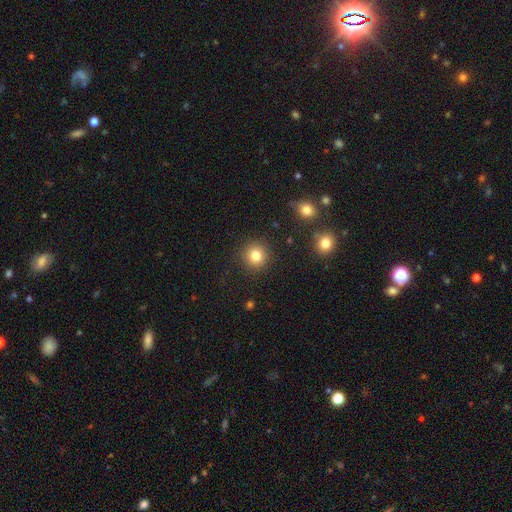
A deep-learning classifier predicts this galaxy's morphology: Smooth or featured? Predicted: smooth (p=0.82). How rounded? Predicted: round (p=0.92). Merging? Predicted: none (p=0.90).